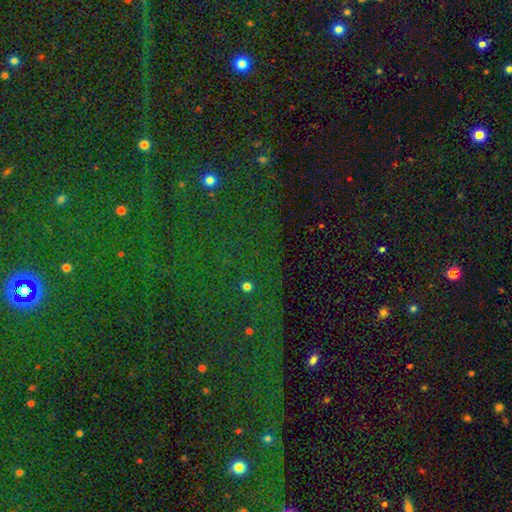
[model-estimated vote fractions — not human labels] star or artifact 82%, smooth 11%, featured or disk 8%.